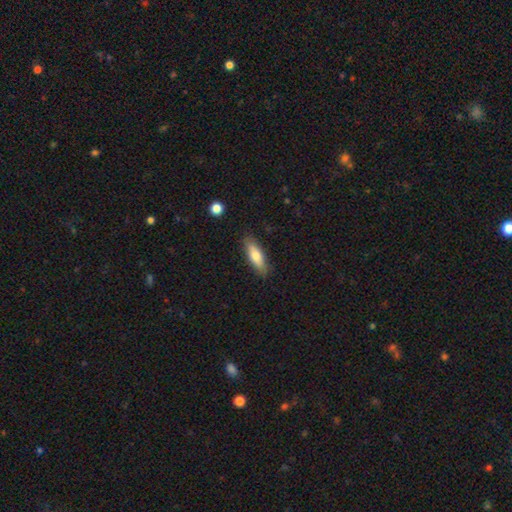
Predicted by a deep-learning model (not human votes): The model was most divided on "how rounded": in between: 56%, cigar-shaped: 41%, round: 2%. More confident: merging — none (84%); smooth or featured — smooth (73%).